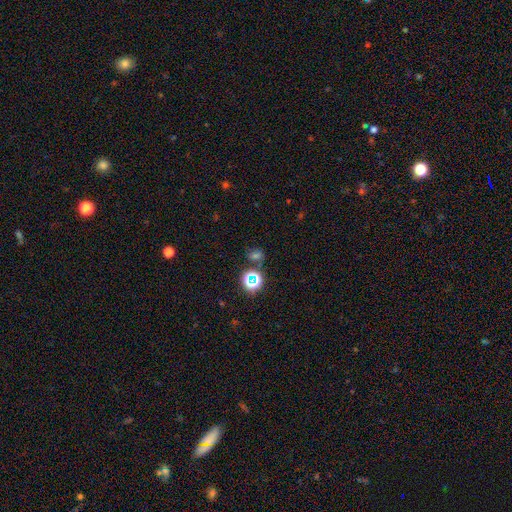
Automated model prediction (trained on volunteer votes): Q: Smooth or featured?
A: smooth (47%); runner-up: star or artifact (44%)
Q: Merging?
A: none (71%); runner-up: minor disturbance (12%)